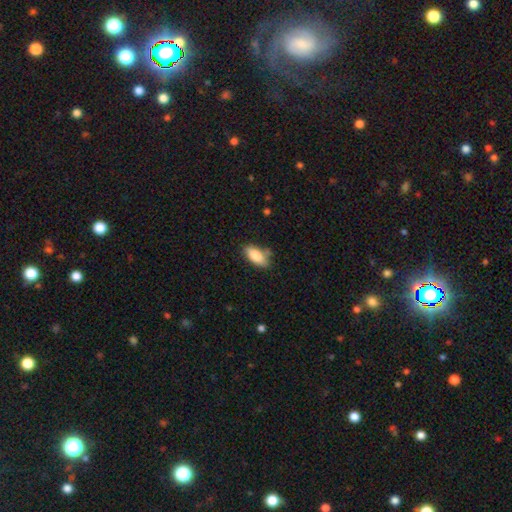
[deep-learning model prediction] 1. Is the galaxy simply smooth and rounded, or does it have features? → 83% smooth, 10% featured or disk, 7% star or artifact.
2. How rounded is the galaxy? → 85% in between, 12% cigar-shaped, 3% round.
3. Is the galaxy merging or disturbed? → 73% none, 19% minor disturbance, 5% merger, 4% major disturbance.